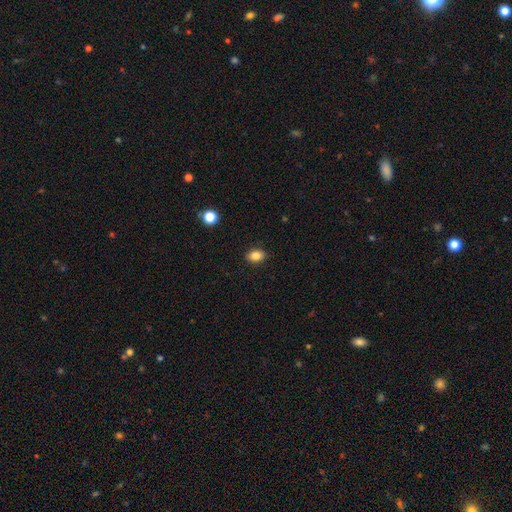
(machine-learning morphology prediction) A smooth galaxy with no disk features (85%) that is in between round and cigar-shaped (75%). Merging: none (89%).